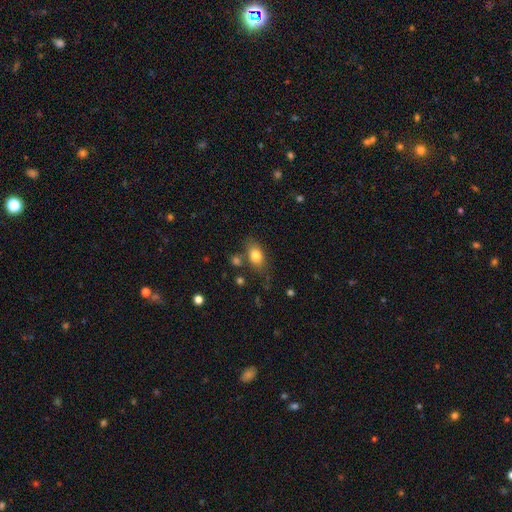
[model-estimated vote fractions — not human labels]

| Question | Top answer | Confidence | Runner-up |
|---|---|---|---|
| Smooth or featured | smooth | 79% | featured or disk (11%) |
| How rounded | in between | 78% | round (19%) |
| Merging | none | 68% | minor disturbance (18%) |